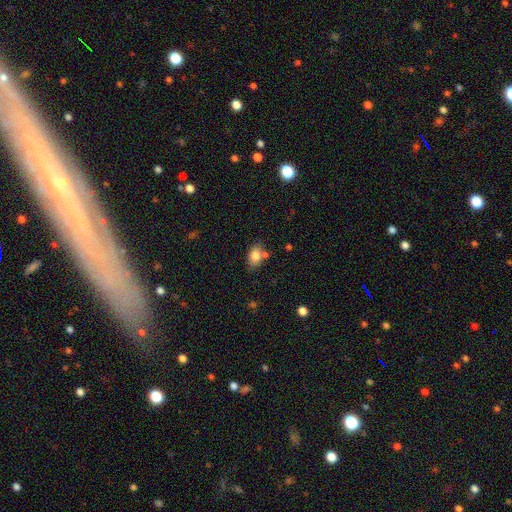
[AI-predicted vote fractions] Q: Smooth or featured?
A: smooth (80%); runner-up: featured or disk (11%)
Q: How rounded?
A: in between (78%); runner-up: round (21%)
Q: Merging?
A: none (66%); runner-up: minor disturbance (17%)